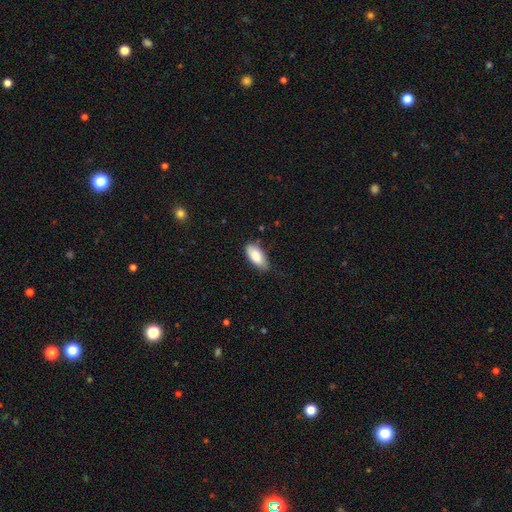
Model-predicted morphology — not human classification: Smooth or featured: smooth — 85% (featured or disk — 10%)
How rounded: in between — 91% (cigar-shaped — 7%)
Merging: none — 62% (minor disturbance — 31%)